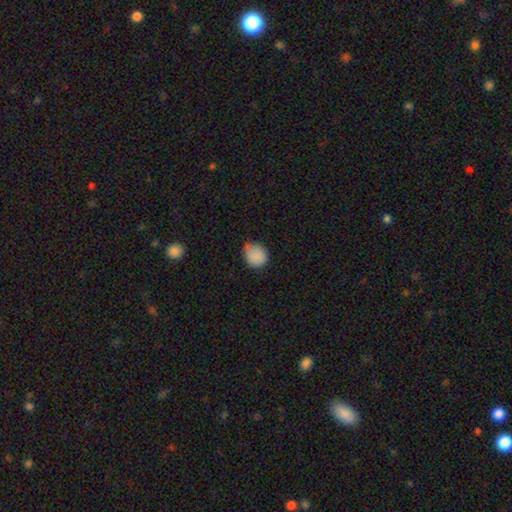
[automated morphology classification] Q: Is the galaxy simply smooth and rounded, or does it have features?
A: smooth — 87%.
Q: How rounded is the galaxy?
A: round — 76%.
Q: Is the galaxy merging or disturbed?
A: none — 59%.